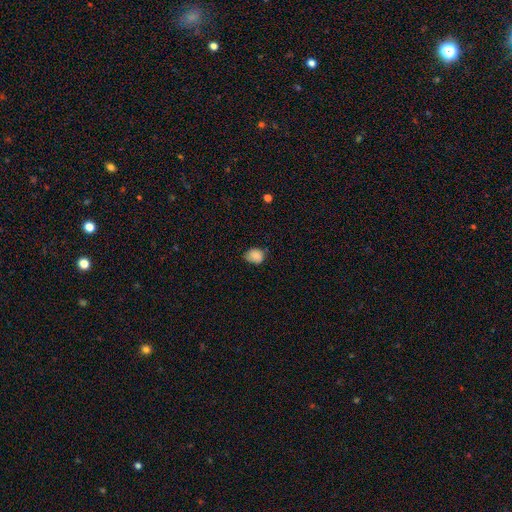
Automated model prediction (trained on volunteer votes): This appears to be a smooth galaxy with no disk features (84%) that is round (51%). Merging: none (62%).